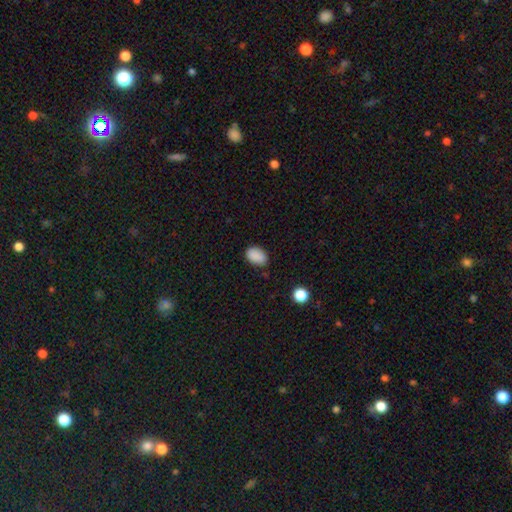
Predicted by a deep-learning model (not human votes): This appears to be a smooth galaxy with no disk features (88%) that is in between round and cigar-shaped (84%). Merging: none (80%).